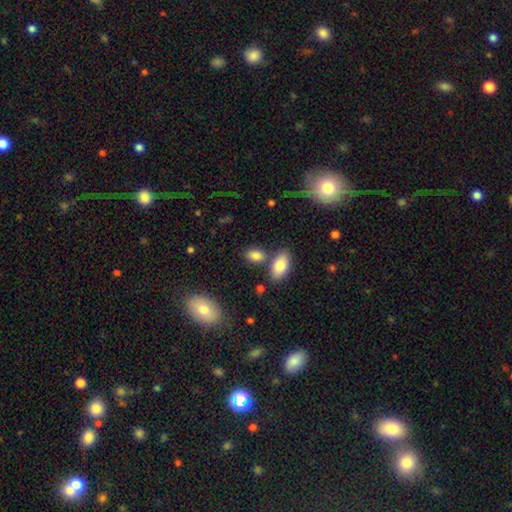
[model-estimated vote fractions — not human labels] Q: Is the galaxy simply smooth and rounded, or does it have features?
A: smooth — 85%.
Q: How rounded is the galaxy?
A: in between — 85%.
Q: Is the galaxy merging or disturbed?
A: none — 67%.